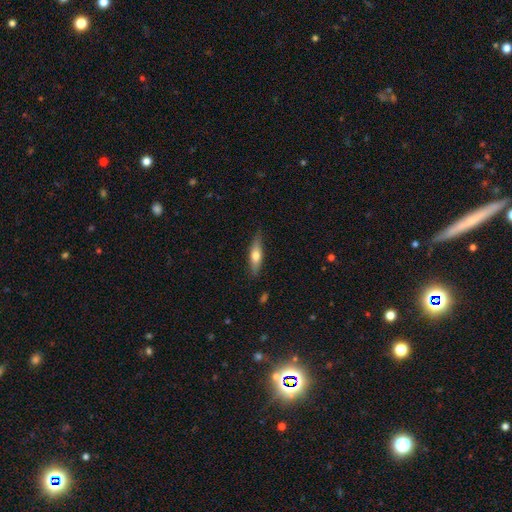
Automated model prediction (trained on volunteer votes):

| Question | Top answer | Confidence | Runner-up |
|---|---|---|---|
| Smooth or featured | smooth | 58% | featured or disk (36%) |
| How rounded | cigar-shaped | 63% | in between (35%) |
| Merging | none | 82% | minor disturbance (14%) |